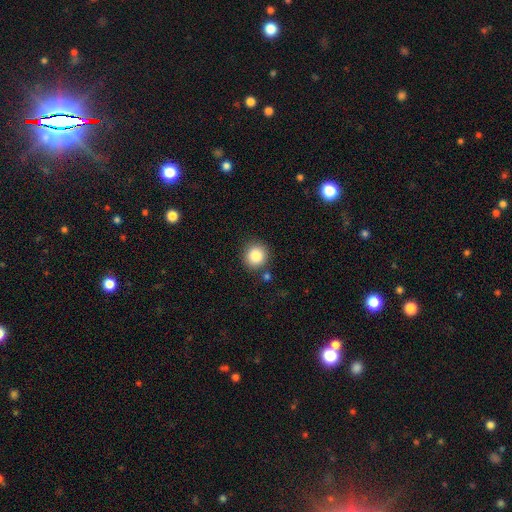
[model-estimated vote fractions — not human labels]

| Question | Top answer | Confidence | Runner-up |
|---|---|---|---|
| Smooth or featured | smooth | 85% | star or artifact (10%) |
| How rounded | round | 90% | in between (9%) |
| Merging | none | 85% | minor disturbance (8%) |